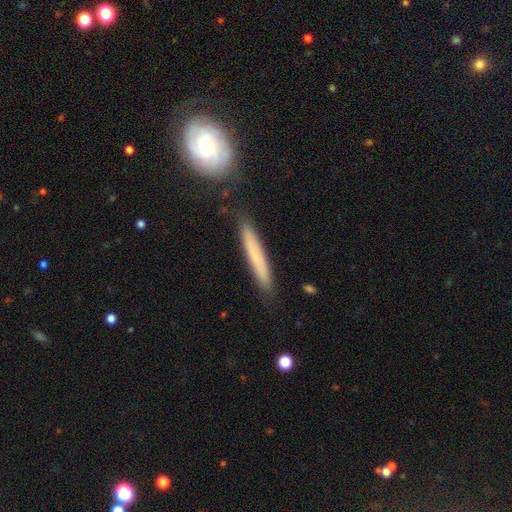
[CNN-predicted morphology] A smooth galaxy with no disk features (64%) that is cigar-shaped (94%).

Vote fractions:
- Smooth or featured? smooth: 64% / featured or disk: 29% / star or artifact: 7%
- How rounded? cigar-shaped: 94% / in between: 4% / round: 2%
- Merging? none: 83% / minor disturbance: 11% / merger: 3% / major disturbance: 2%